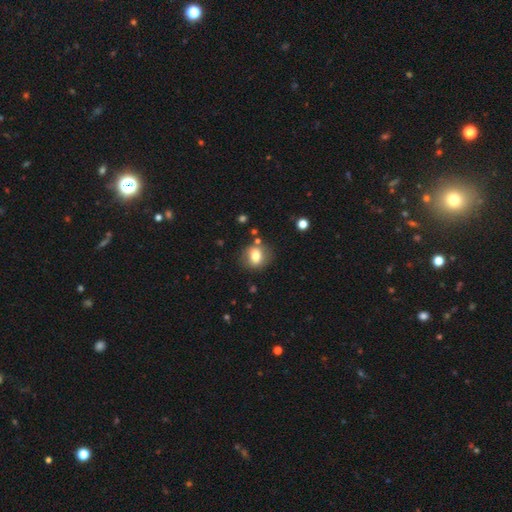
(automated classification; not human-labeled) A smooth galaxy with no disk features (75%) that is round (60%). Merging: none (77%).